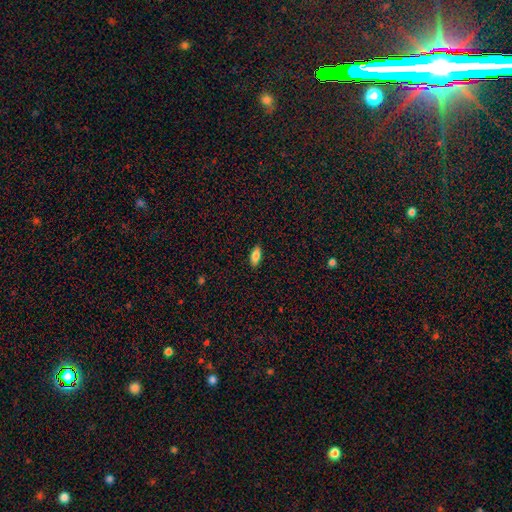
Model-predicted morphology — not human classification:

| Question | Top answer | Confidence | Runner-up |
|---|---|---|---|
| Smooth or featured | smooth | 81% | featured or disk (12%) |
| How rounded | in between | 80% | cigar-shaped (17%) |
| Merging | none | 88% | minor disturbance (9%) |